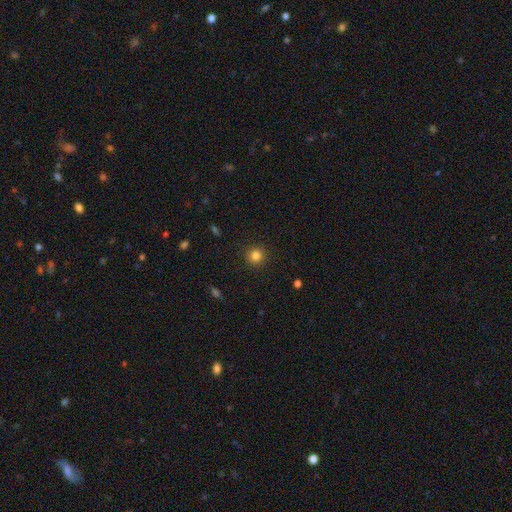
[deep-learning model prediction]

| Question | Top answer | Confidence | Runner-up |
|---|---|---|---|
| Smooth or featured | smooth | 82% | star or artifact (13%) |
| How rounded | round | 94% | in between (5%) |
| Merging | none | 91% | minor disturbance (6%) |